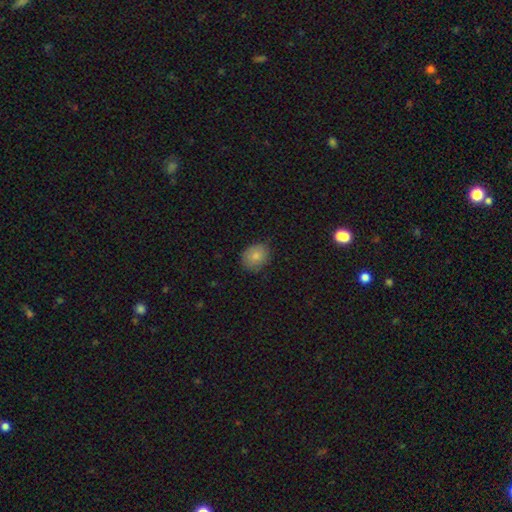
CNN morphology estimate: smooth 82%, star or artifact 9%, featured or disk 9%. Down the decision tree: how rounded — round (58%); merging — none (78%).